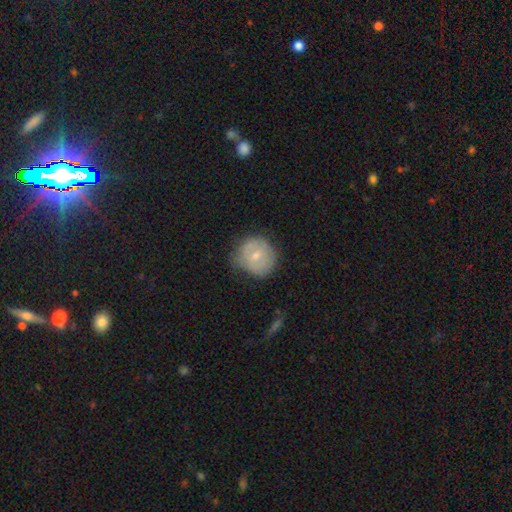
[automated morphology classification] smooth_or_featured: smooth (p=0.62) [alt: featured or disk p=0.31]
how_rounded: round (p=0.86) [alt: in between p=0.13]
merging: none (p=0.58) [alt: minor disturbance p=0.31]